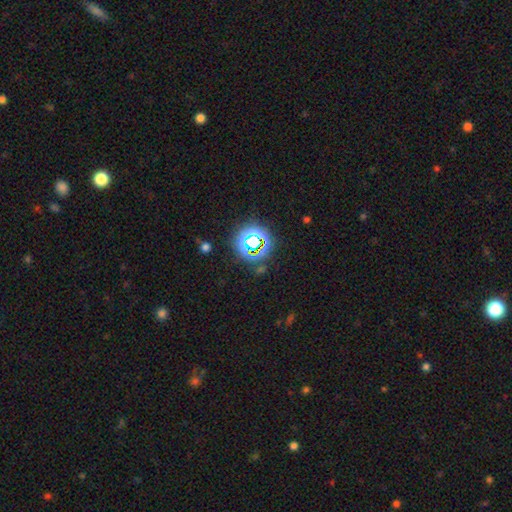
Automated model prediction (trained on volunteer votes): The model was most divided on "smooth or featured": star or artifact: 56%, smooth: 37%, featured or disk: 7%.